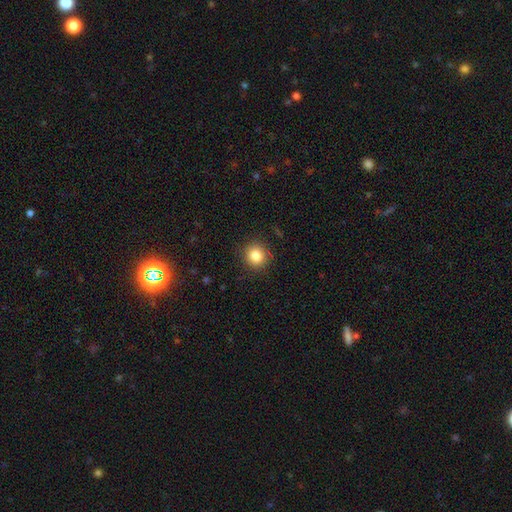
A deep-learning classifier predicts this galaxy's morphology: smooth-or-featured: smooth: 84% | star or artifact: 11% | featured or disk: 5%
  how-rounded: round: 92% | in between: 7% | cigar-shaped: 1%
  merging: none: 89% | minor disturbance: 7% | major disturbance: 2% | merger: 1%